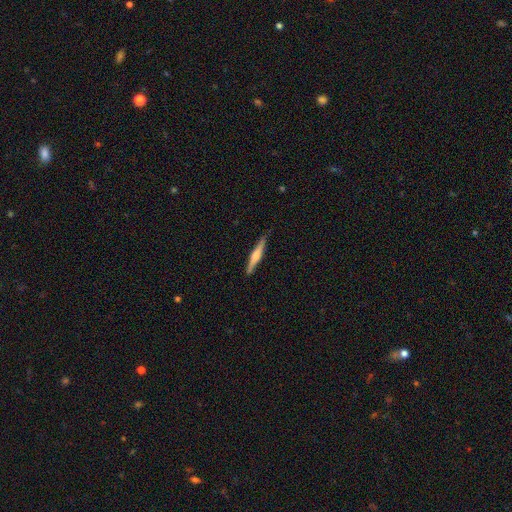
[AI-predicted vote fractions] This appears to be a featured or disk galaxy (60%) viewed edge-on (98%) with a rounded central bulge (75%). Merging: none (89%).